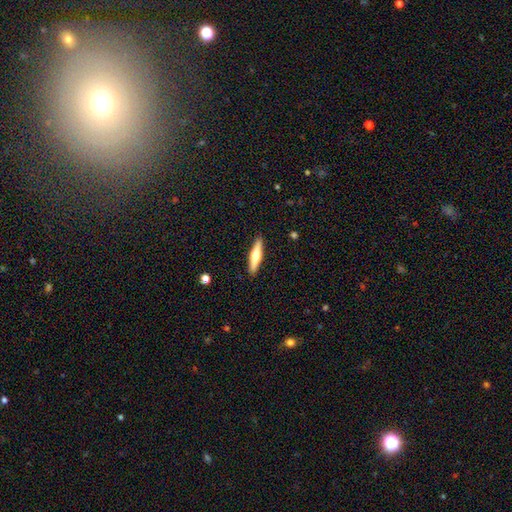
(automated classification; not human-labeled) Morphology: type=featured or disk (52%); edge-on=yes (94%); merging=none (91%).